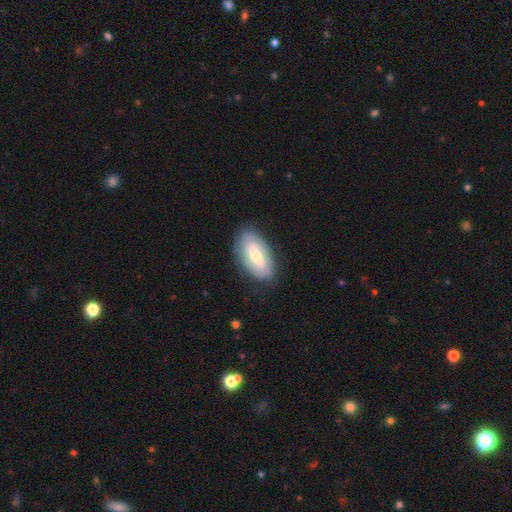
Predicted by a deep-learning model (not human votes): This appears to be a featured or disk galaxy (48%). Merging: none (81%).